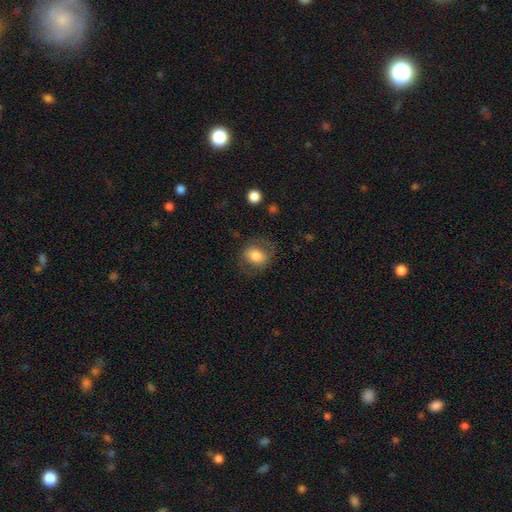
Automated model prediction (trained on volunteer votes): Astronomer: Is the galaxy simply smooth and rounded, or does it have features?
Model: smooth — 72%.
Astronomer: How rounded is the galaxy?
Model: in between — 51% (runner-up: round, 47%).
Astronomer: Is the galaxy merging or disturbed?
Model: none — 69%.